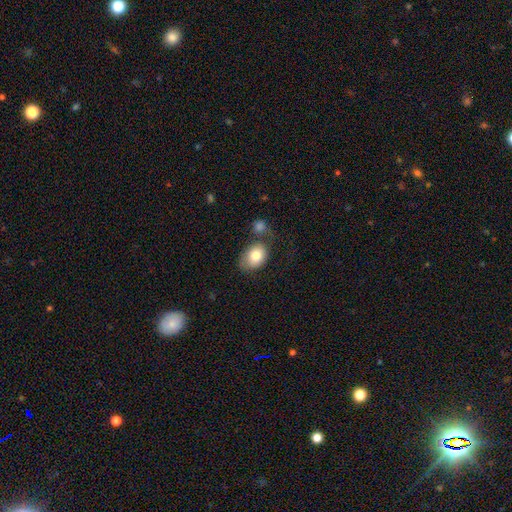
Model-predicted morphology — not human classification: Smooth or featured? Predicted: smooth (p=0.79). How rounded? Predicted: in between (p=0.73). Merging? Predicted: none (p=0.51).